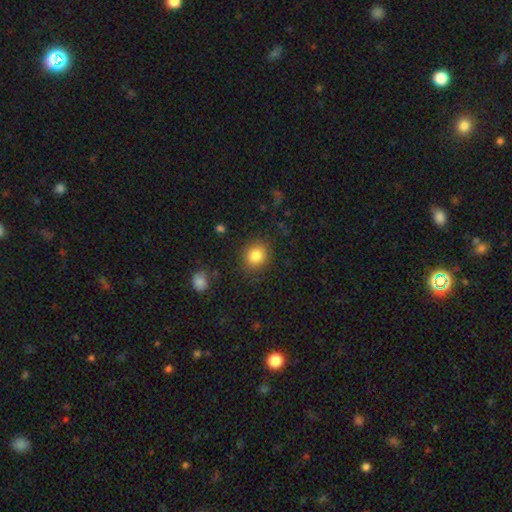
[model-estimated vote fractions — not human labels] Overall: smooth (84%). How rounded: round (75%). Merging: none (86%).